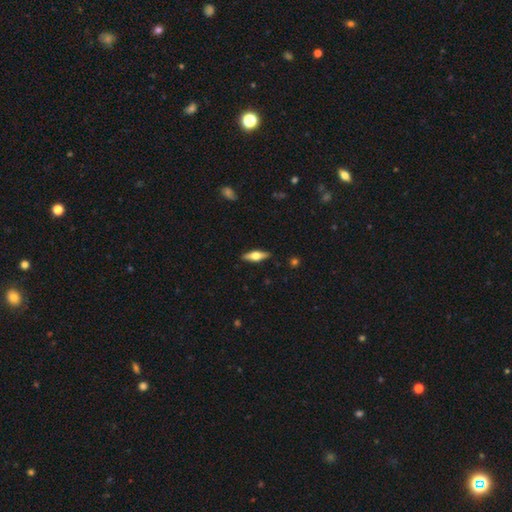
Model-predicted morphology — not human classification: Smooth or featured? Predicted: featured or disk (p=0.54). Edge-on disk? Predicted: yes (p=0.94). Edge-on bulge? Predicted: rounded (p=0.94). Merging? Predicted: none (p=0.89).